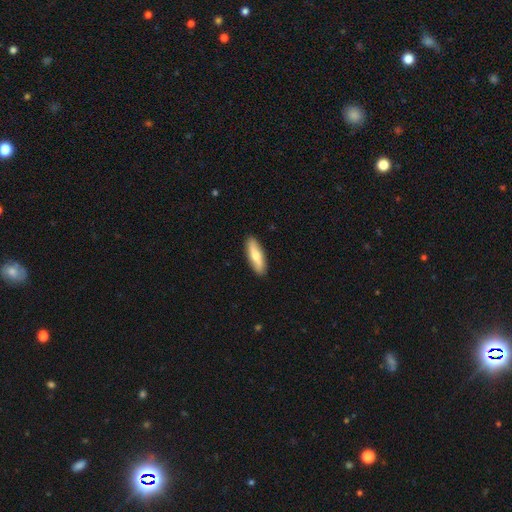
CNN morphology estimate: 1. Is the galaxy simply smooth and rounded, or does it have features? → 57% smooth, 38% featured or disk, 5% star or artifact.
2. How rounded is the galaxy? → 51% cigar-shaped, 46% in between, 3% round.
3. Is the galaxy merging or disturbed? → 89% none, 8% minor disturbance, 1% major disturbance, 1% merger.